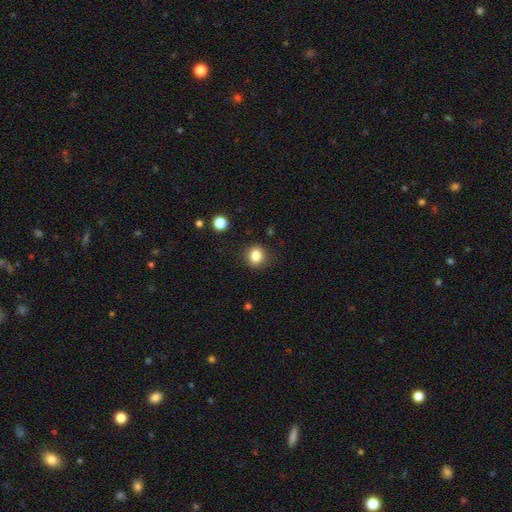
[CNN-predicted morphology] This appears to be a smooth galaxy with no disk features (83%) that is round (82%). Merging: none (88%).